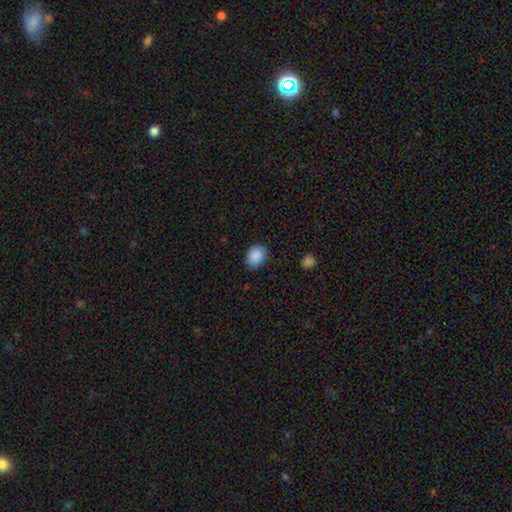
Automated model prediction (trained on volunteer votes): Smooth or featured? Predicted: smooth (p=0.87). How rounded? Predicted: in between (p=0.57). Merging? Predicted: none (p=0.80).